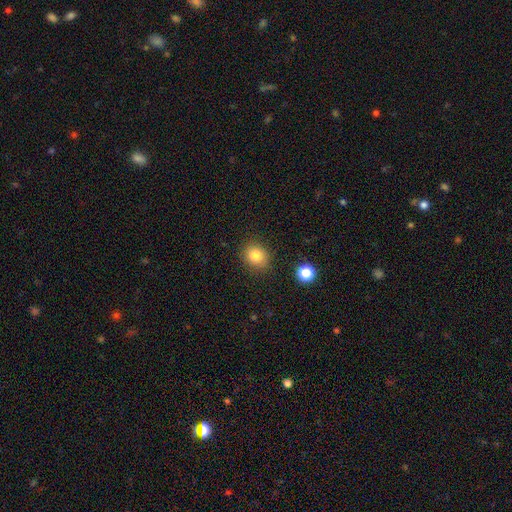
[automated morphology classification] Overall: smooth (83%). How rounded: round (72%). Merging: none (85%).